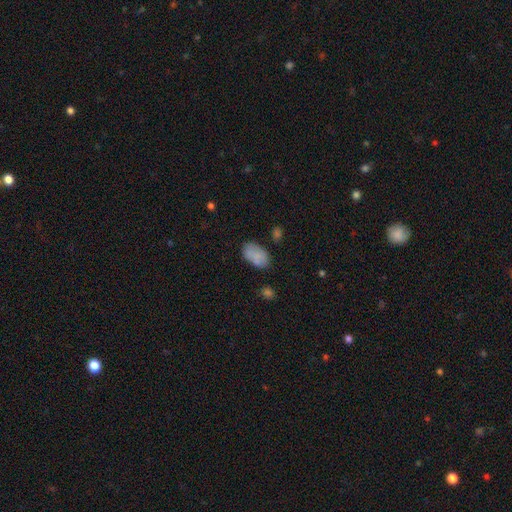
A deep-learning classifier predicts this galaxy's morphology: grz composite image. It shows a smooth galaxy with no disk features (81%) that is in between round and cigar-shaped (92%). Merging: none (64%).